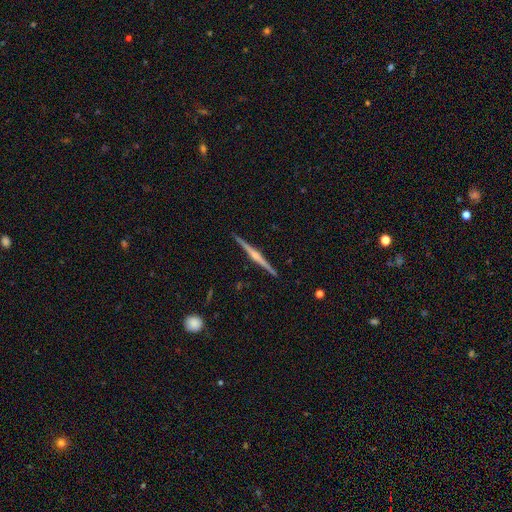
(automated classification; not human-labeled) Overall: featured or disk (82%). Edge-on disk: yes (99%). Edge-on bulge: rounded (78%). Merging: none (92%).